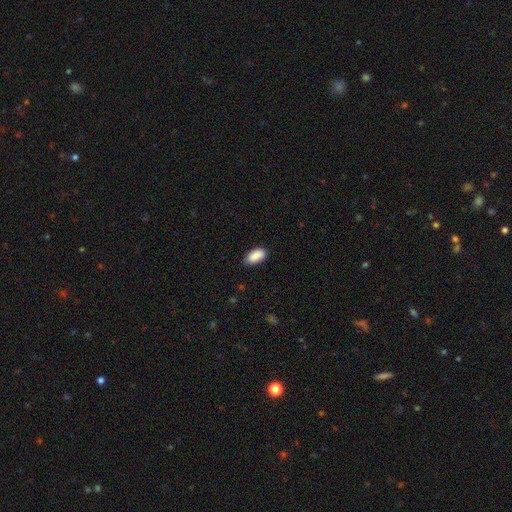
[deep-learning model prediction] Overall: smooth (90%). How rounded: in between (93%). Merging: none (81%).